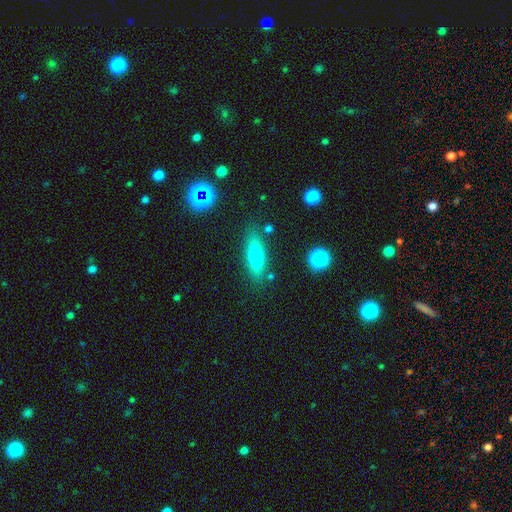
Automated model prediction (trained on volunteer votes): This appears to be a smooth galaxy with no disk features (61%) that is cigar-shaped (50%). Merging: none (82%).